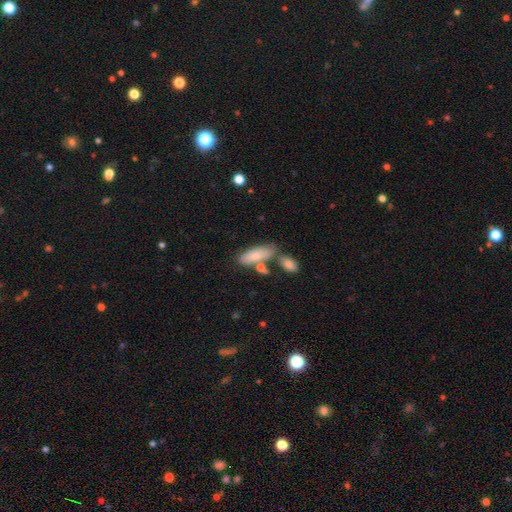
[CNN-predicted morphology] This is likely a smooth galaxy (79%). How rounded: likely in between (71%). Merging: possibly none (55%).